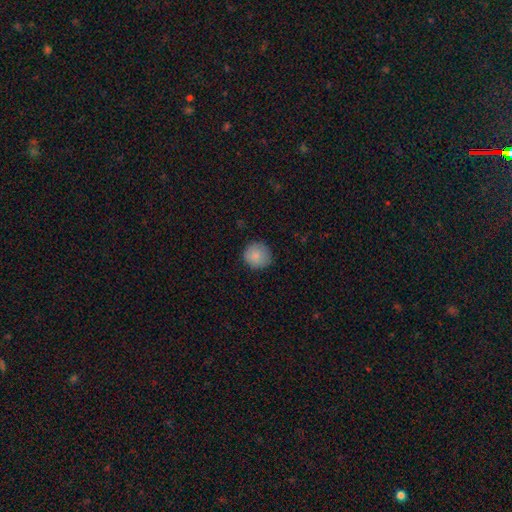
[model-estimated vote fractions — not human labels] smooth-or-featured: smooth: 86% | star or artifact: 8% | featured or disk: 6%
  how-rounded: round: 94% | in between: 5% | cigar-shaped: 1%
  merging: none: 86% | minor disturbance: 11% | major disturbance: 2% | merger: 1%